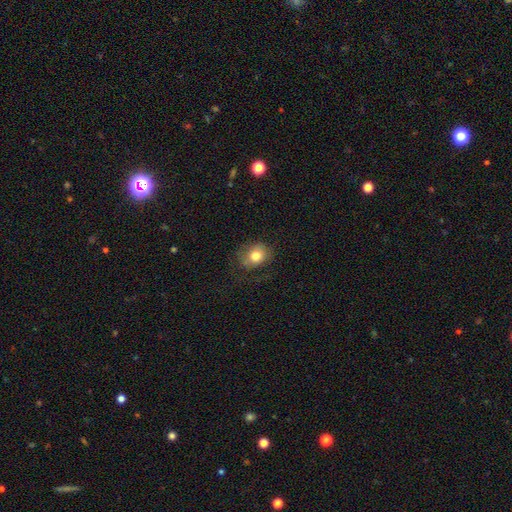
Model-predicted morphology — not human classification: The model was most divided on "how rounded": round: 52%, in between: 47%, cigar-shaped: 1%. More confident: smooth or featured — smooth (77%); merging — none (65%).